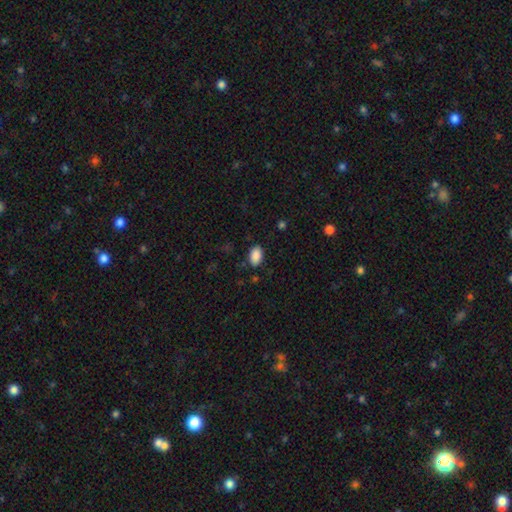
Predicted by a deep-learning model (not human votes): This is clearly a smooth galaxy (89%). How rounded: clearly in between (91%). Merging: clearly none (85%).